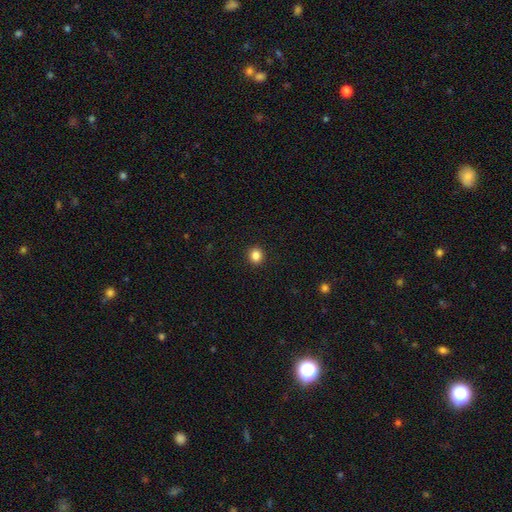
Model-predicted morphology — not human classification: Smooth or featured: smooth — 85% (star or artifact — 11%)
How rounded: round — 86% (in between — 13%)
Merging: none — 93% (minor disturbance — 5%)